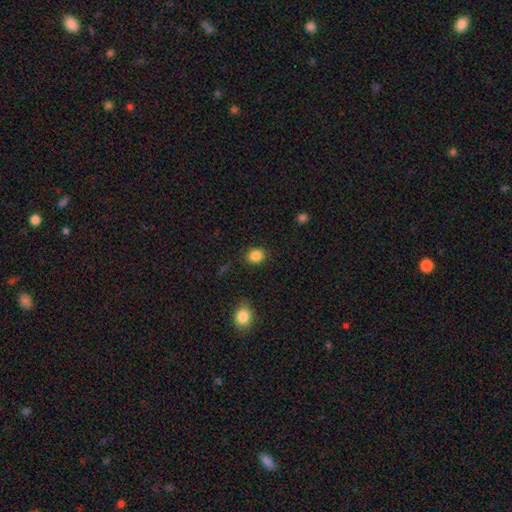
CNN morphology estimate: Smooth or featured?
  - smooth: 86% *
  - star or artifact: 10%
  - featured or disk: 4%
How rounded?
  - round: 68% *
  - in between: 31%
  - cigar-shaped: 1%
Merging?
  - none: 86% *
  - minor disturbance: 9%
  - major disturbance: 3%
  - merger: 2%